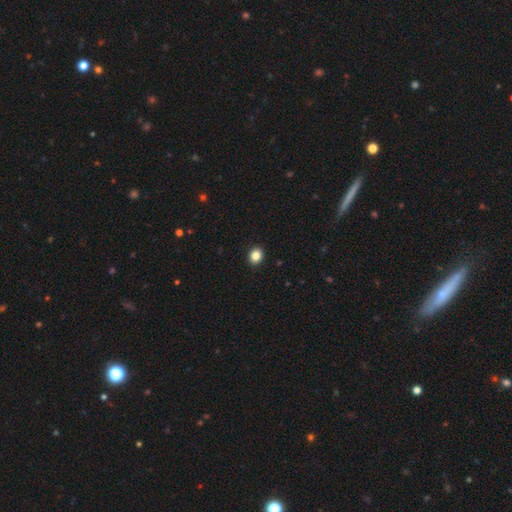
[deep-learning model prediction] smooth-or-featured: smooth: 86% | star or artifact: 10% | featured or disk: 4%
  how-rounded: round: 60% | in between: 39% | cigar-shaped: 1%
  merging: none: 93% | minor disturbance: 5% | major disturbance: 1% | merger: 1%